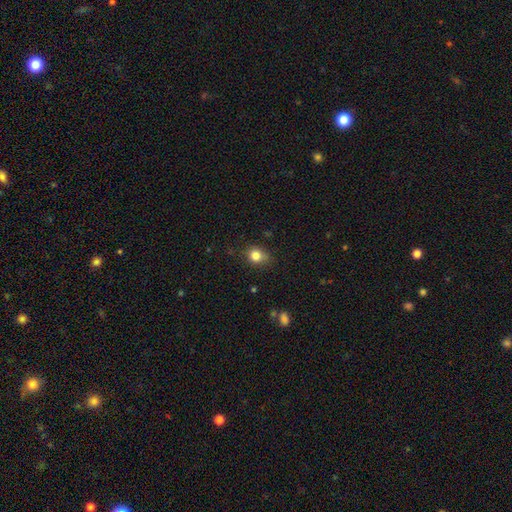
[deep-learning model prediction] Q: Smooth or featured?
A: smooth (82%); runner-up: star or artifact (11%)
Q: How rounded?
A: round (67%); runner-up: in between (32%)
Q: Merging?
A: none (75%); runner-up: minor disturbance (19%)